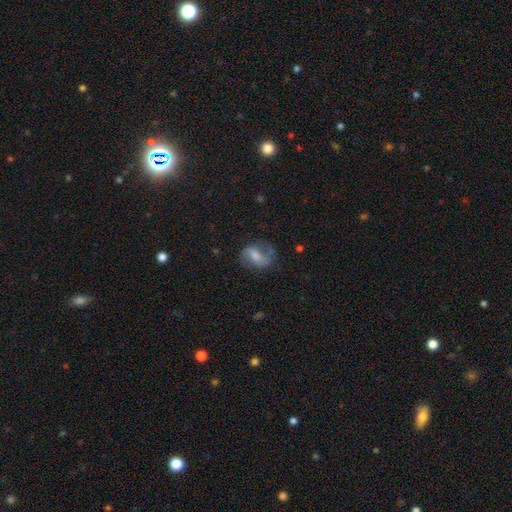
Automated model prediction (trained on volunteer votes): A featured or disk galaxy (66%) with a weak bar (45%), 2 (86%) loose (50%) spiral arms (87%) and a moderate central bulge (43%).

Vote fractions:
- Smooth or featured? featured or disk: 66% / smooth: 26% / star or artifact: 8%
- Edge-on disk? no: 96% / yes: 4%
- Bar? weak: 45% / strong: 32% / no: 23%
- Spiral arms? yes: 87% / no: 13%
- Spiral winding? loose: 50% / medium: 38% / tight: 12%
- Spiral arm count? 2: 86% / can't tell: 6% / 1: 5% / 3: 1% / 4: 1% / more than 4: 1%
- Bulge size? moderate: 43% / small: 31% / none: 13% / large: 11% / dominant: 2%
- Merging? none: 65% / minor disturbance: 21% / major disturbance: 12% / merger: 2%